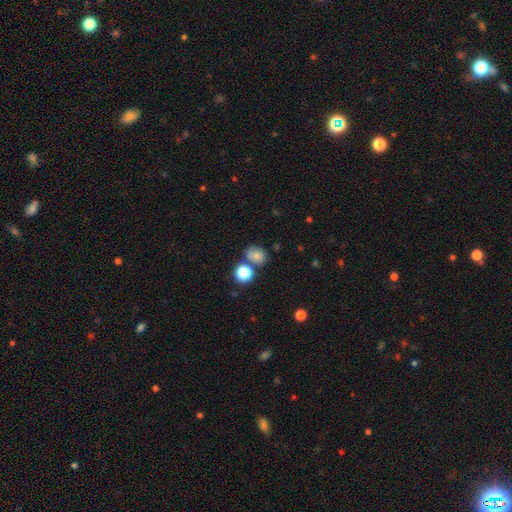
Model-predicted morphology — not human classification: smooth-or-featured: smooth: 75% | star or artifact: 15% | featured or disk: 10%
  how-rounded: in between: 52% | round: 47% | cigar-shaped: 1%
  merging: none: 64% | merger: 16% | minor disturbance: 15% | major disturbance: 5%